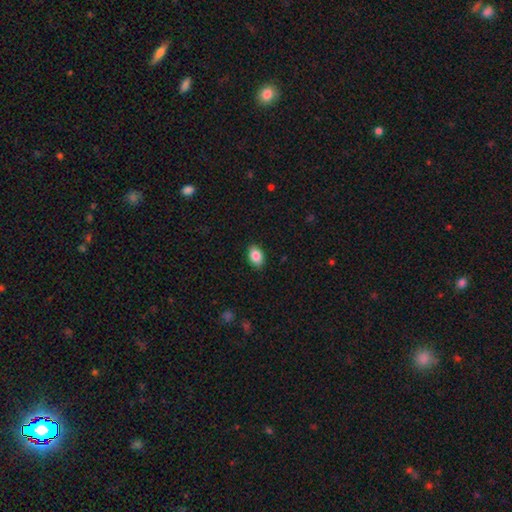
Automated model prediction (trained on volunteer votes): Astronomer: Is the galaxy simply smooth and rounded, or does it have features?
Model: smooth — 87%.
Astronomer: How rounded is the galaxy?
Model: in between — 87%.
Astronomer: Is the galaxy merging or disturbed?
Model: none — 88%.